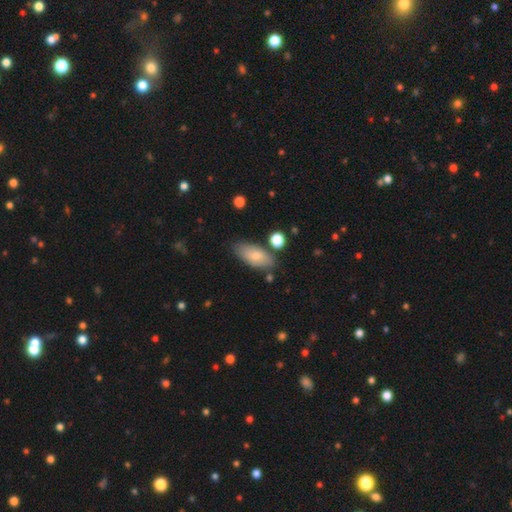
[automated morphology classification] Q: Smooth or featured?
A: smooth (78%); runner-up: featured or disk (16%)
Q: How rounded?
A: in between (88%); runner-up: cigar-shaped (10%)
Q: Merging?
A: none (76%); runner-up: minor disturbance (16%)